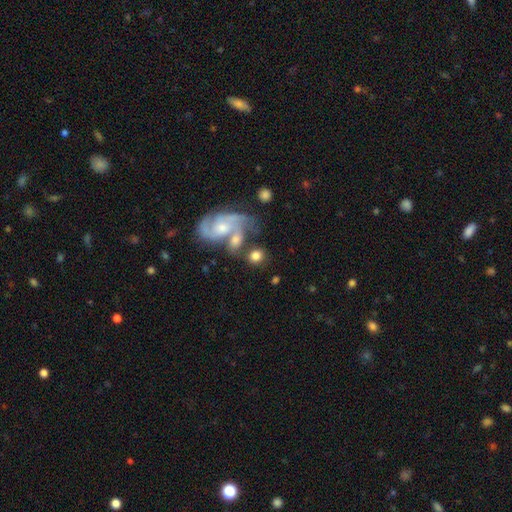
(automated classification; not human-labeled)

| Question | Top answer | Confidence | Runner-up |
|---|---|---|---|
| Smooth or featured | smooth | 64% | featured or disk (29%) |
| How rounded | round | 61% | in between (37%) |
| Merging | none | 48% | merger (32%) |